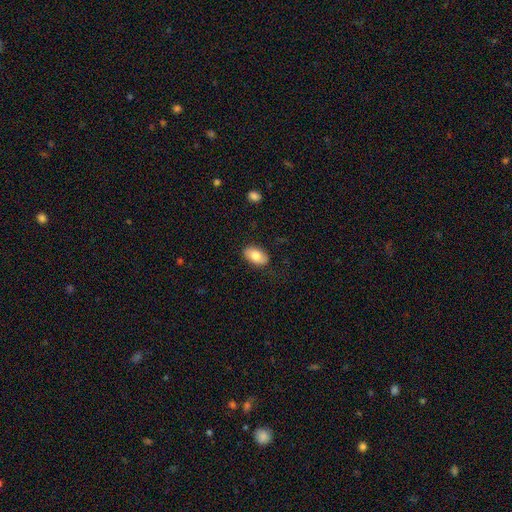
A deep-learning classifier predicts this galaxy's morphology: Smooth or featured?
  - smooth: 78% *
  - featured or disk: 16%
  - star or artifact: 6%
How rounded?
  - in between: 93% *
  - round: 5%
  - cigar-shaped: 2%
Merging?
  - none: 84% *
  - minor disturbance: 12%
  - major disturbance: 3%
  - merger: 1%